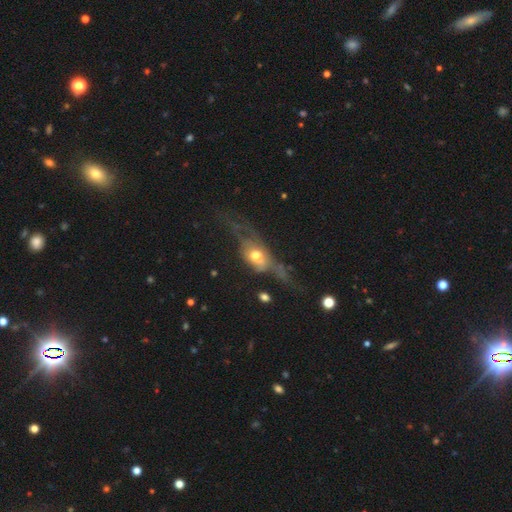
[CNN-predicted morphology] A featured or disk galaxy (53%). Merging: major disturbance (49%).